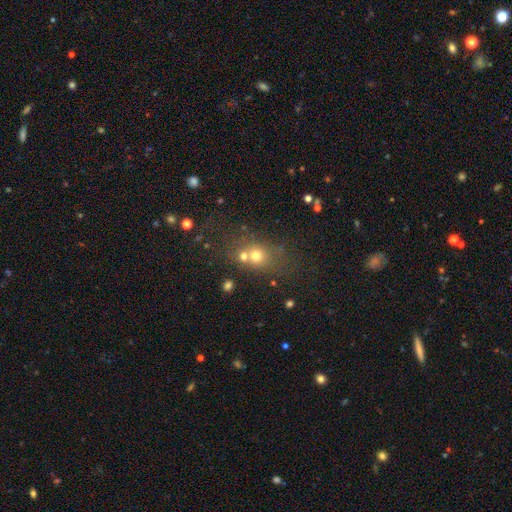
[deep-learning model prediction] This appears to be a smooth galaxy with no disk features (64%) that is round (66%). Merging: none (49%).